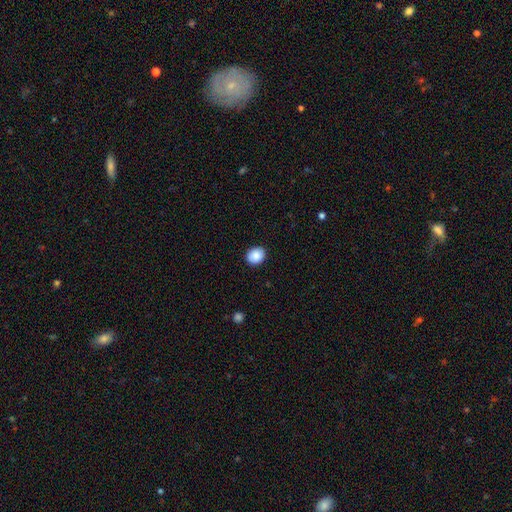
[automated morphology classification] Smooth or featured? smooth (87%)
How rounded? round (66%)
Merging? none (89%)